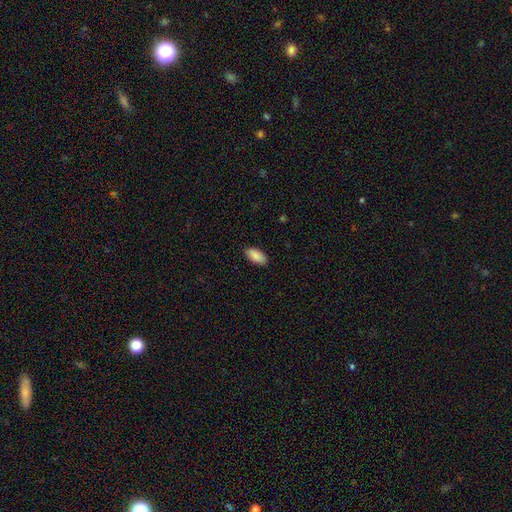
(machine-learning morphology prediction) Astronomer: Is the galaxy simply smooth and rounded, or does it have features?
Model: smooth — 90%.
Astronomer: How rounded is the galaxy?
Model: in between — 92%.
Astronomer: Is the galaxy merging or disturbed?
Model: none — 89%.